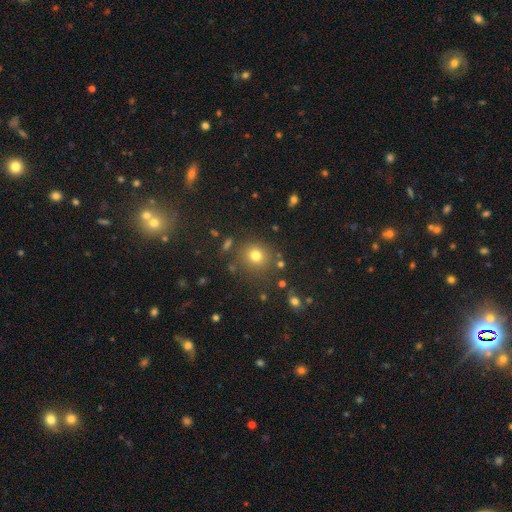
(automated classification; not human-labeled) The model was most divided on "smooth or featured": smooth: 75%, star or artifact: 17%, featured or disk: 8%. More confident: how rounded — round (87%); merging — none (82%).